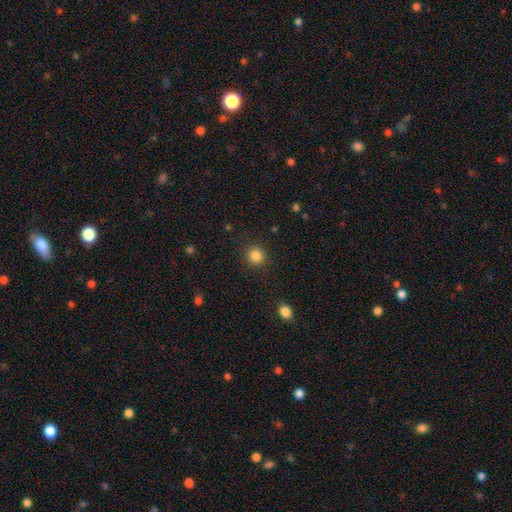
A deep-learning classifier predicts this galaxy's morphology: Smooth or featured? smooth (85%)
How rounded? round (89%)
Merging? none (89%)